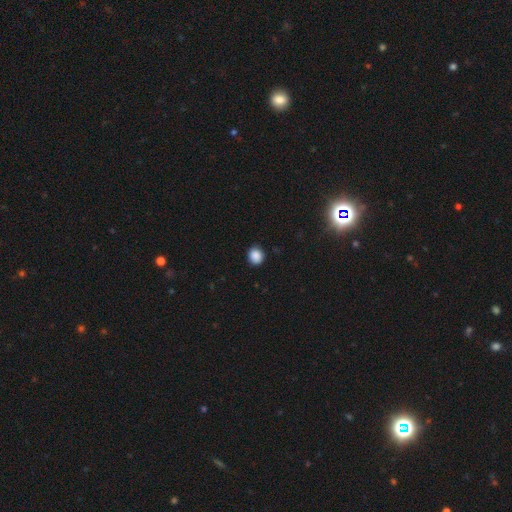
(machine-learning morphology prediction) A smooth galaxy with no disk features (87%) that is round (78%). Merging: none (87%).